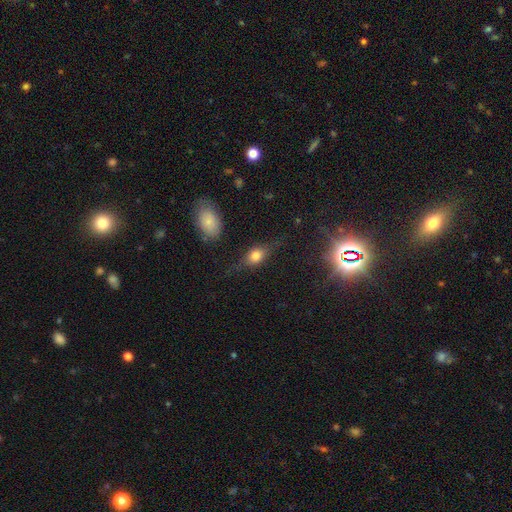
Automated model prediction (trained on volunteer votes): A smooth galaxy with no disk features (60%) that is in between round and cigar-shaped (64%).

Vote fractions:
- Smooth or featured? smooth: 60% / featured or disk: 29% / star or artifact: 12%
- How rounded? in between: 64% / round: 25% / cigar-shaped: 10%
- Merging? none: 66% / minor disturbance: 21% / major disturbance: 10% / merger: 3%